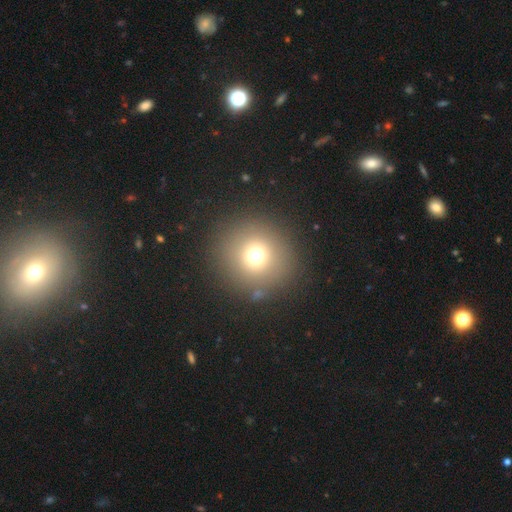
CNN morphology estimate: type=smooth (70%); roundness=round (94%); merging=none (87%).